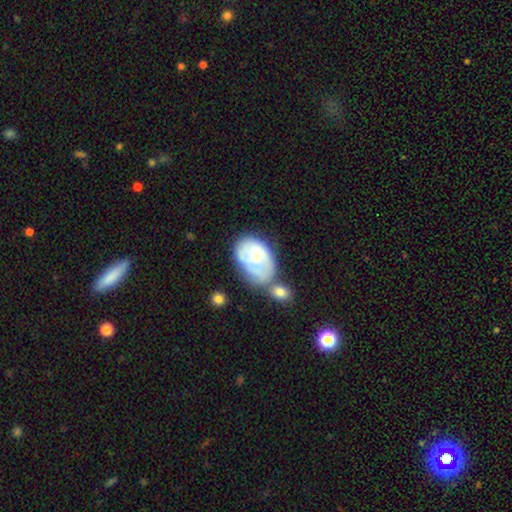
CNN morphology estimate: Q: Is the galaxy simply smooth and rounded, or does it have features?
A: featured or disk — 49%.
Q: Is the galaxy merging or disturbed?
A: none — 31%.